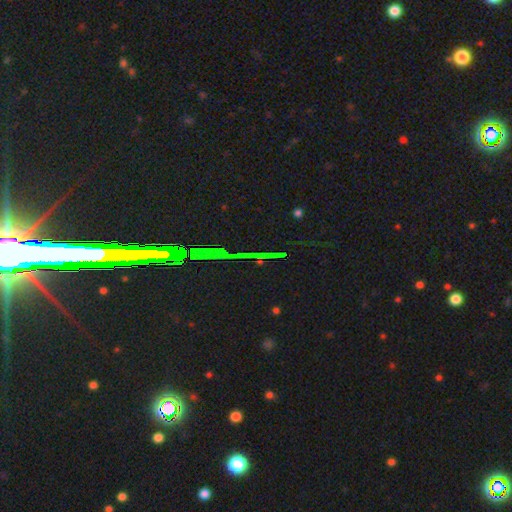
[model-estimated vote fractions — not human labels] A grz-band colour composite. It shows a star or artifact, not a galaxy (73%).